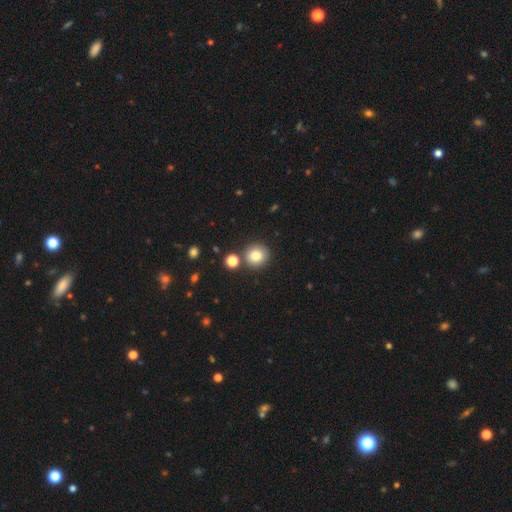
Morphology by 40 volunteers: smooth_or_featured: smooth (p=0.90) [alt: star or artifact p=0.07]
how_rounded: round (p=0.89) [alt: in between p=0.11]
merging: none (p=0.86) [alt: minor disturbance p=0.08]